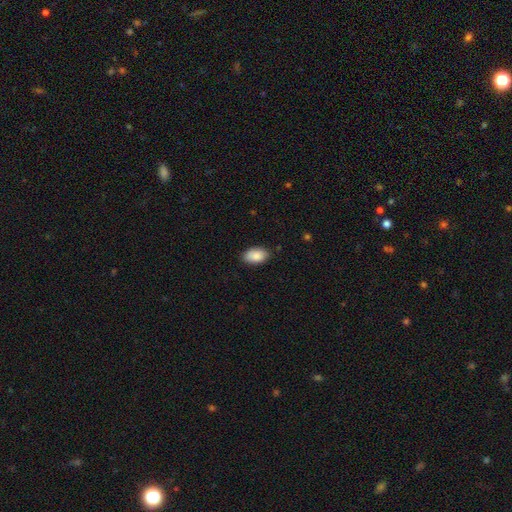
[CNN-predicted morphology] Smooth or featured? smooth (87%)
How rounded? in between (92%)
Merging? none (84%)